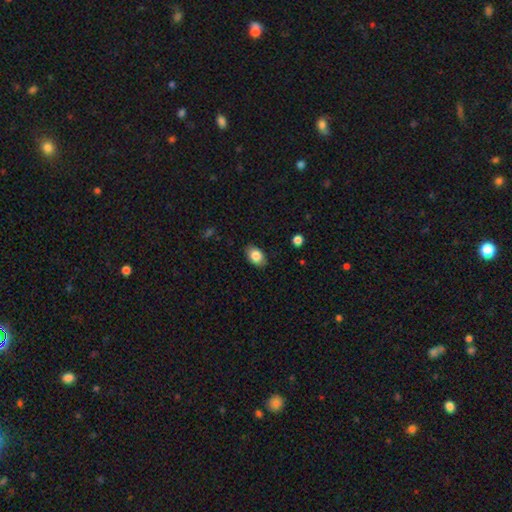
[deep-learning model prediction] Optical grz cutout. It shows a smooth galaxy with no disk features (84%) that is in between round and cigar-shaped (87%). Merging: none (85%).